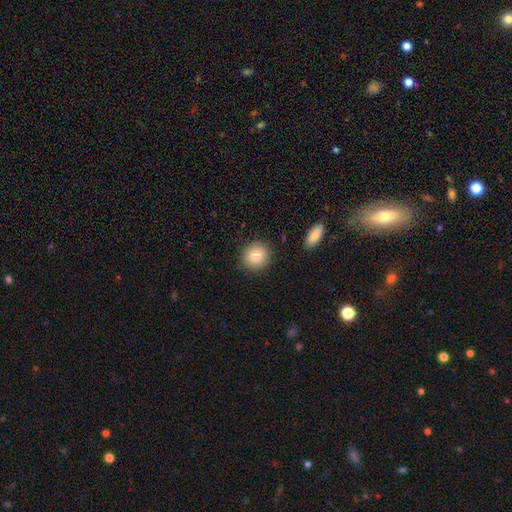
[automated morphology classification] smooth 86%, star or artifact 8%, featured or disk 7%. Down the decision tree: how rounded — round (83%); merging — none (87%).